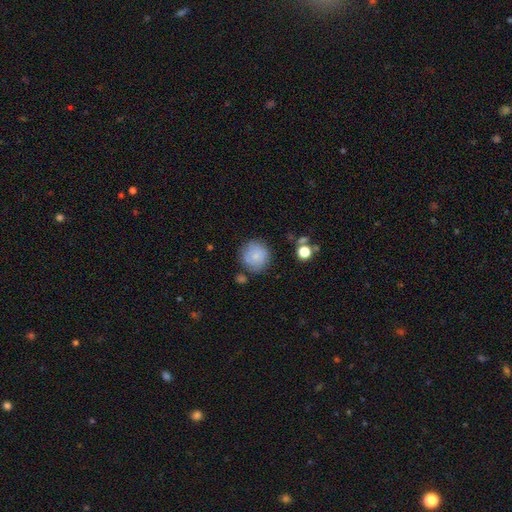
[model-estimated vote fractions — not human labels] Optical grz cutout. It shows a smooth galaxy with no disk features (74%) that is round (91%). Merging: none (74%).